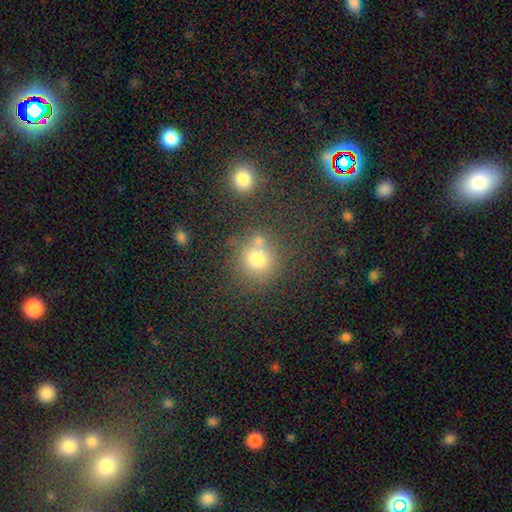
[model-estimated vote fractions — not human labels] Morphology: type=smooth (68%); roundness=round (90%); merging=none (68%).